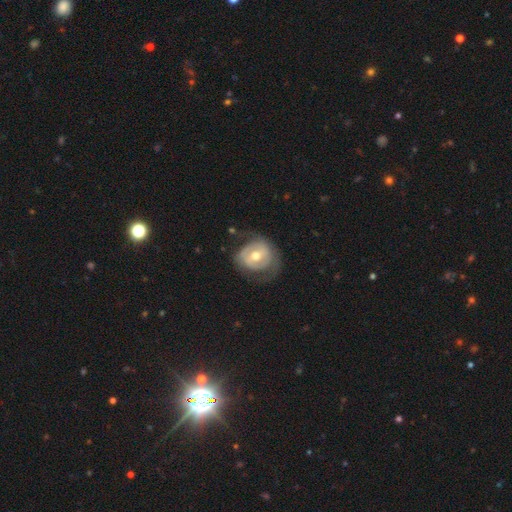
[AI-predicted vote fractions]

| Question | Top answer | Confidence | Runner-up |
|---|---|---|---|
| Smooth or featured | featured or disk | 61% | smooth (33%) |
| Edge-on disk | no | 96% | yes (4%) |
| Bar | weak | 41% | no (40%) |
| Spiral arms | yes | 56% | no (44%) |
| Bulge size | moderate | 74% | small (18%) |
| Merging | none | 55% | minor disturbance (24%) |